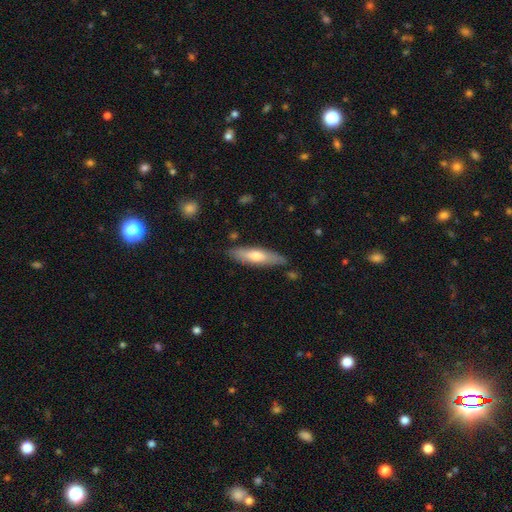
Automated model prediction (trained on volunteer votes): Smooth or featured: smooth — 59% (featured or disk — 36%)
How rounded: cigar-shaped — 69% (in between — 30%)
Merging: none — 80% (minor disturbance — 15%)